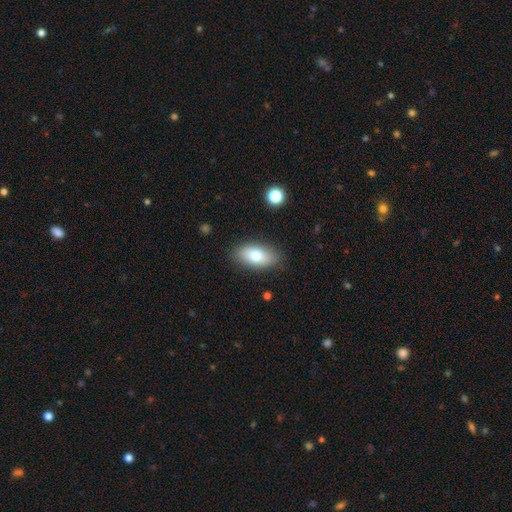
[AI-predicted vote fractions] Q: Smooth or featured?
A: smooth (73%); runner-up: featured or disk (19%)
Q: How rounded?
A: in between (90%); runner-up: round (6%)
Q: Merging?
A: none (86%); runner-up: minor disturbance (10%)